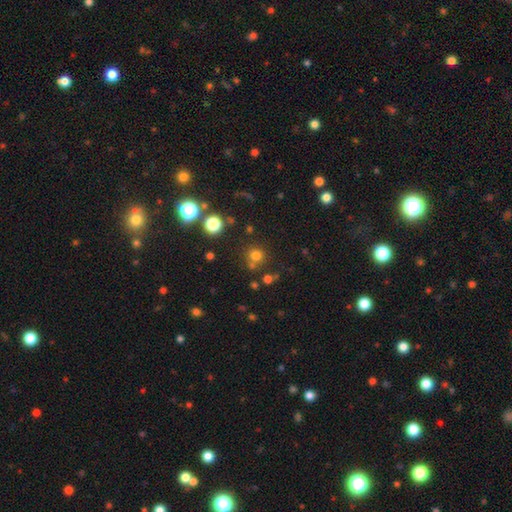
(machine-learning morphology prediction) Smooth or featured: smooth — 70% (star or artifact — 23%)
How rounded: round — 90% (in between — 9%)
Merging: none — 71% (merger — 16%)